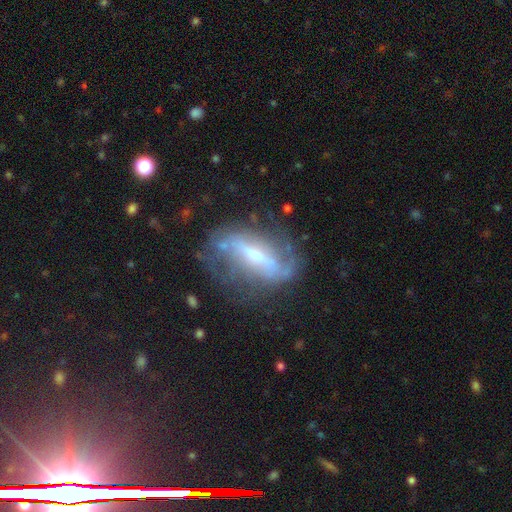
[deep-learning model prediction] Morphology: type=featured or disk (73%); edge-on=no (77%); bar=strong (60%); spiral arms=yes (69%); bulge=moderate (43%); merging=none (60%).